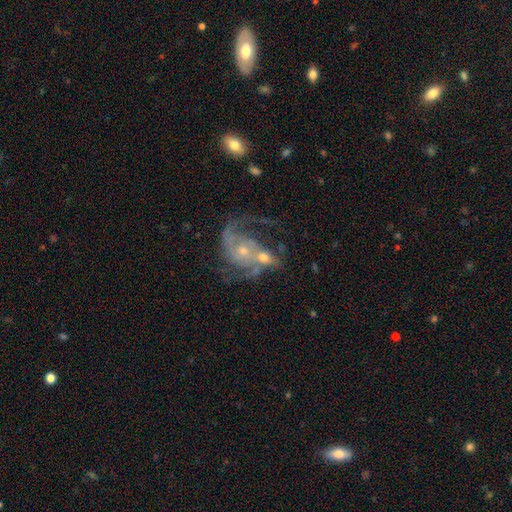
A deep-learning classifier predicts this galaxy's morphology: smooth_or_featured: featured or disk (p=0.86) [alt: star or artifact p=0.07]
disk_edge_on: no (p=0.98) [alt: yes p=0.02]
bar: no (p=0.69) [alt: weak p=0.25]
has_spiral_arms: yes (p=0.95) [alt: no p=0.05]
spiral_winding: medium (p=0.50) [alt: loose p=0.29]
spiral_arm_count: 2 (p=0.66) [alt: can't tell p=0.10]
bulge_size: small (p=0.61) [alt: moderate p=0.33]
merging: none (p=0.36) [alt: merger p=0.32]